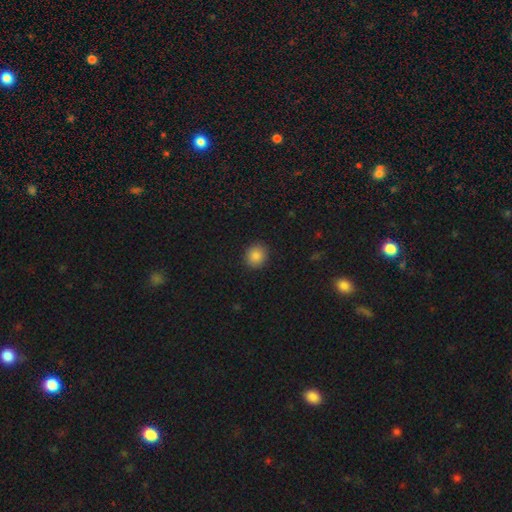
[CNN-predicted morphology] This appears to be a smooth galaxy with no disk features (86%) that is round (81%). Merging: none (90%).